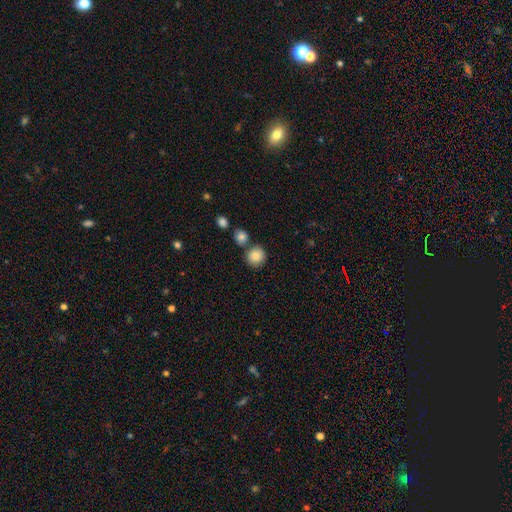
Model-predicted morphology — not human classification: Smooth or featured?
  - smooth: 86% *
  - star or artifact: 8%
  - featured or disk: 5%
How rounded?
  - round: 88% *
  - in between: 11%
  - cigar-shaped: 1%
Merging?
  - none: 73% *
  - merger: 15%
  - minor disturbance: 10%
  - major disturbance: 3%